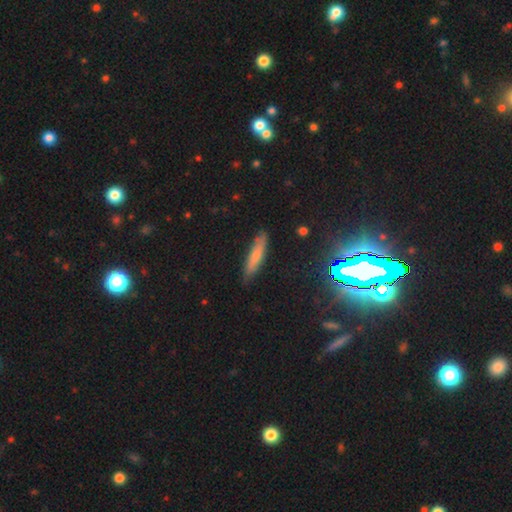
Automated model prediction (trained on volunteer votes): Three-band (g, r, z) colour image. It shows a smooth galaxy with no disk features (66%) that is cigar-shaped (82%). Merging: none (83%).